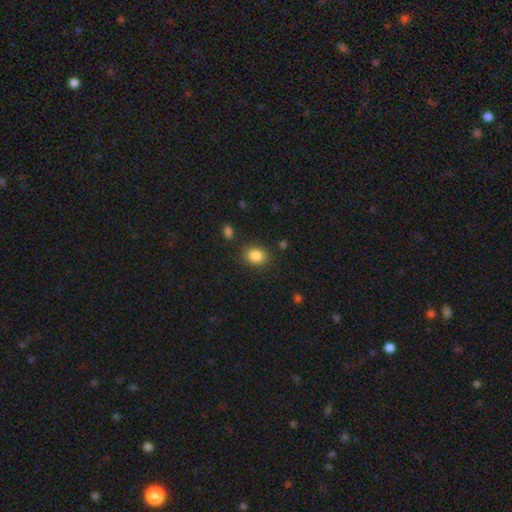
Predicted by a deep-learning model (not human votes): Q: Smooth or featured?
A: smooth (85%); runner-up: star or artifact (10%)
Q: How rounded?
A: round (57%); runner-up: in between (42%)
Q: Merging?
A: none (83%); runner-up: minor disturbance (11%)